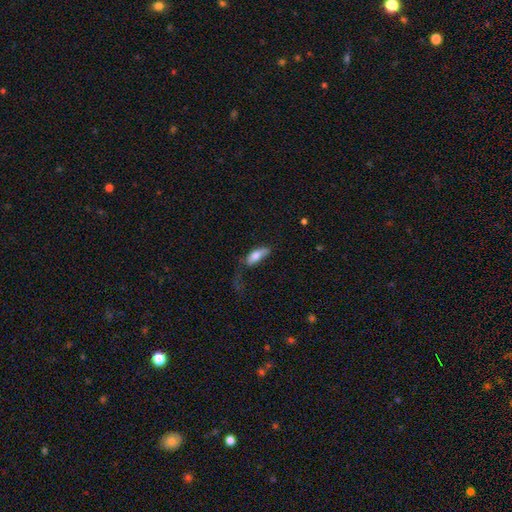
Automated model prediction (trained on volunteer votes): Smooth or featured?
  - smooth: 76% *
  - featured or disk: 17%
  - star or artifact: 7%
How rounded?
  - in between: 72% *
  - cigar-shaped: 25%
  - round: 3%
Merging?
  - major disturbance: 38% *
  - none: 30%
  - minor disturbance: 28%
  - merger: 5%